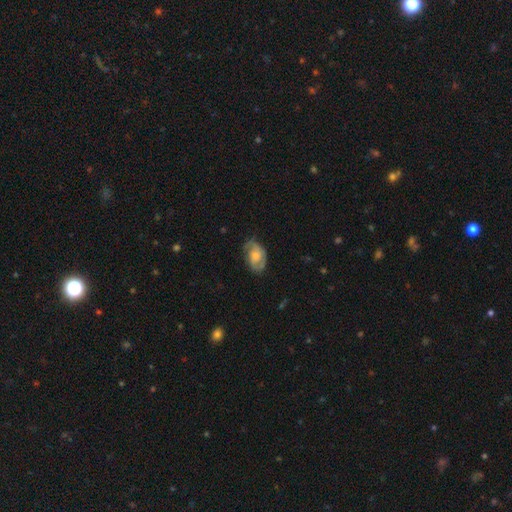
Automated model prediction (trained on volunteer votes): Overall: featured or disk (63%; smooth 30%). Edge-on disk: no (96%). Bar: no (68%; weak 28%). Spiral arms: yes (87%). Spiral arm count: 2 (72%). Spiral winding: medium (45%; tight 35%). Bulge size: moderate (44%; small 38%). Merging: none (64%; minor disturbance 25%).